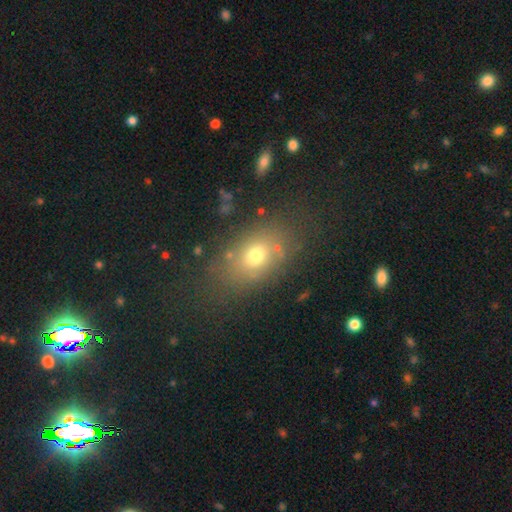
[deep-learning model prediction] Smooth or featured? smooth (69%)
How rounded? in between (75%)
Merging? none (75%)